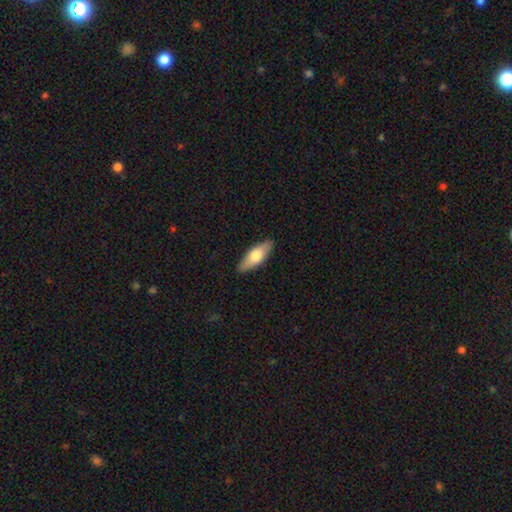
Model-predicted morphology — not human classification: Smooth or featured: smooth — 69% (featured or disk — 26%)
How rounded: in between — 67% (cigar-shaped — 30%)
Merging: none — 89% (minor disturbance — 8%)